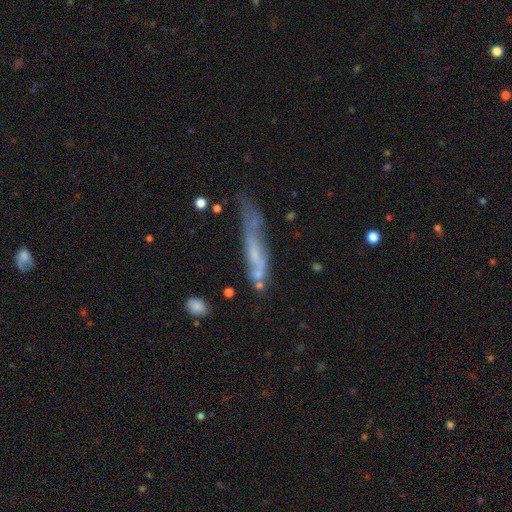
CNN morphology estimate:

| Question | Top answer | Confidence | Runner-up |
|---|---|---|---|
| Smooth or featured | featured or disk | 51% | smooth (40%) |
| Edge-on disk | yes | 54% | no (46%) |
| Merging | none | 42% | minor disturbance (27%) |